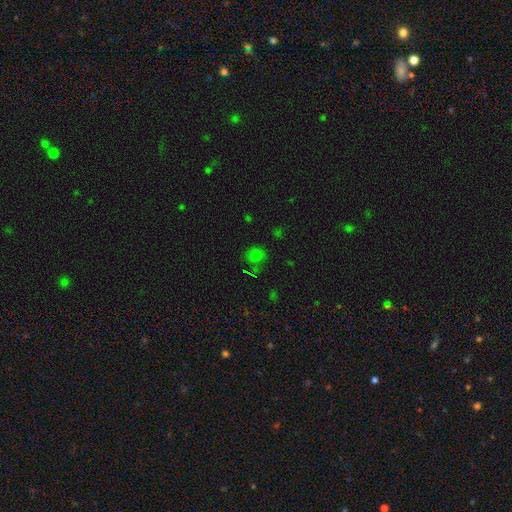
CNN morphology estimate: Smooth or featured? Predicted: smooth (p=0.64). How rounded? Predicted: round (p=0.76). Merging? Predicted: none (p=0.75).